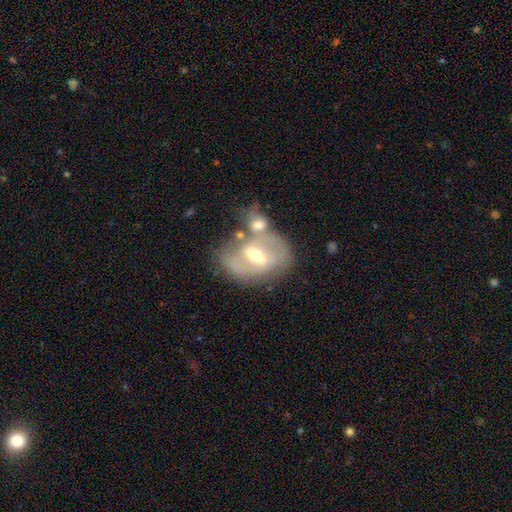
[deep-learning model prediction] Smooth or featured?
  - featured or disk: 72% *
  - smooth: 21%
  - star or artifact: 7%
Edge-on disk?
  - no: 93% *
  - yes: 7%
Bar?
  - strong: 46% *
  - weak: 40%
  - no: 14%
Spiral arms?
  - yes: 56% *
  - no: 44%
Bulge size?
  - moderate: 66% *
  - small: 28%
  - large: 4%
  - none: 1%
  - dominant: 1%
Merging?
  - none: 45% *
  - merger: 33%
  - minor disturbance: 15%
  - major disturbance: 7%